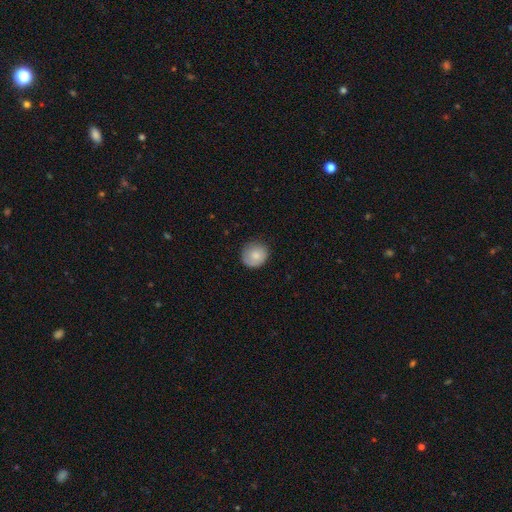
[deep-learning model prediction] smooth-or-featured: smooth: 82% | featured or disk: 11% | star or artifact: 7%
  how-rounded: round: 85% | in between: 14% | cigar-shaped: 1%
  merging: none: 80% | minor disturbance: 16% | major disturbance: 4% | merger: 1%